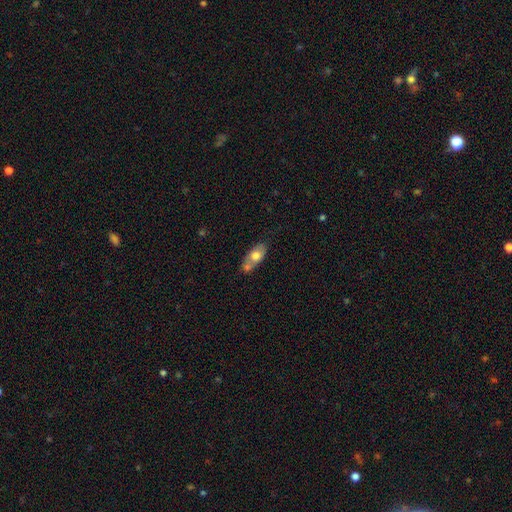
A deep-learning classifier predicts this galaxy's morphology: Q: Smooth or featured?
A: smooth (65%); runner-up: featured or disk (28%)
Q: How rounded?
A: in between (83%); runner-up: cigar-shaped (10%)
Q: Merging?
A: none (44%); runner-up: merger (32%)